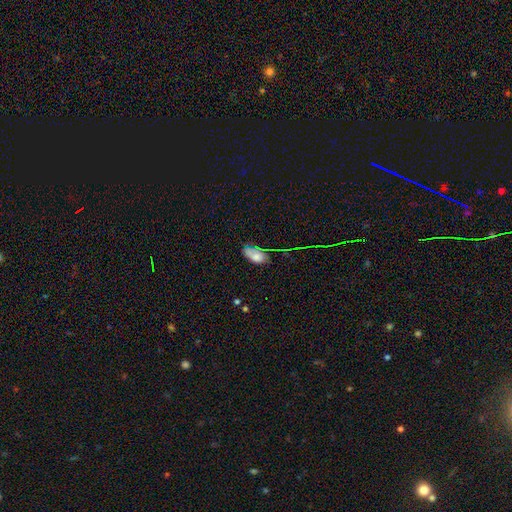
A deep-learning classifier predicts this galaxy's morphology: This is likely a smooth galaxy (70%). How rounded: clearly in between (91%). Merging: possibly none (53%).